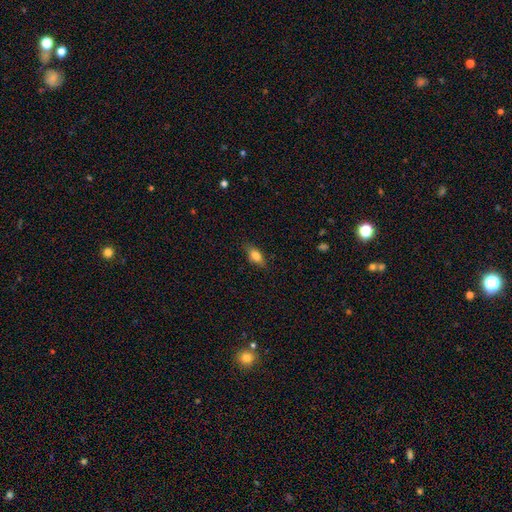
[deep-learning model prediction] This appears to be a smooth galaxy with no disk features (77%) that is in between round and cigar-shaped (79%). Merging: none (78%).